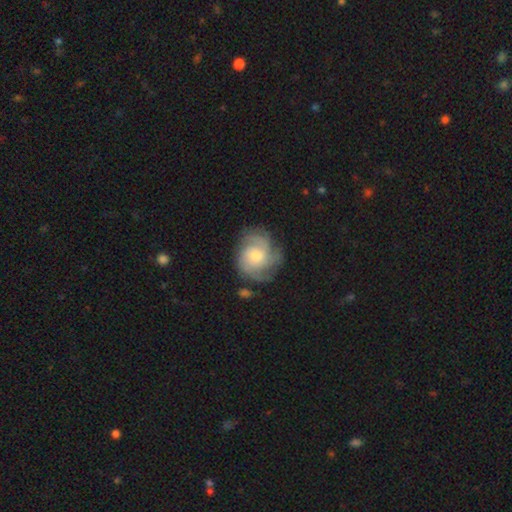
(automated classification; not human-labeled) The model was most divided on "spiral arm count": 3: 33%, can't tell: 22%, 4: 21%, 2: 12%, more than 4: 6%, 1: 6%. More confident: edge-on disk — no (98%); spiral arms — yes (95%); smooth or featured — featured or disk (78%); bar — no (75%); merging — none (73%); spiral winding — tight (52%); bulge size — moderate (51%).